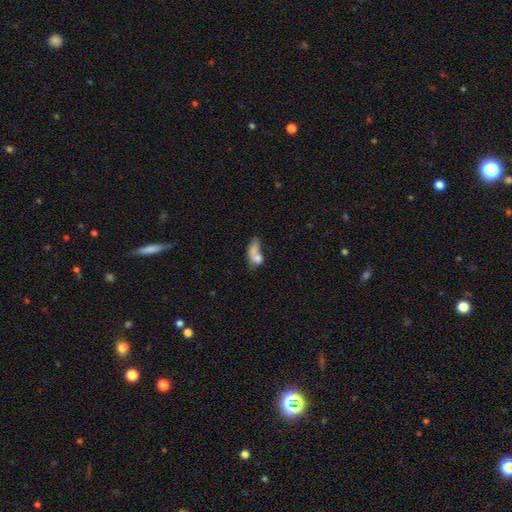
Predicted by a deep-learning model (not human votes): Smooth or featured? smooth (70%)
How rounded? in between (70%)
Merging? merger (47%)